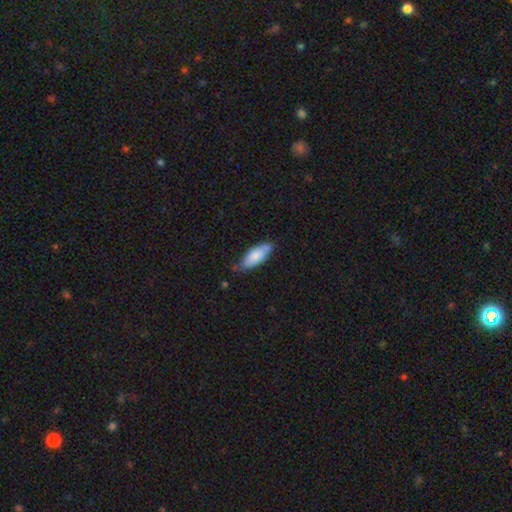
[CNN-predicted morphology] This appears to be a smooth galaxy with no disk features (79%) that is in between round and cigar-shaped (75%). Merging: none (61%).